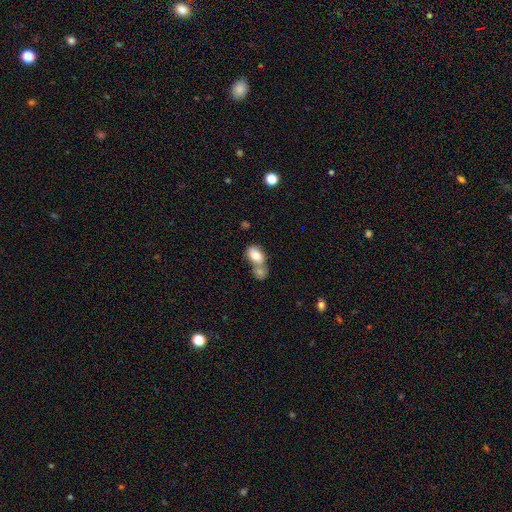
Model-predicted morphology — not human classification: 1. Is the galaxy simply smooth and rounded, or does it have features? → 80% smooth, 12% featured or disk, 7% star or artifact.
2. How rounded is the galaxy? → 83% in between, 15% round, 2% cigar-shaped.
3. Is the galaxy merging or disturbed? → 63% merger, 24% none, 9% minor disturbance, 5% major disturbance.